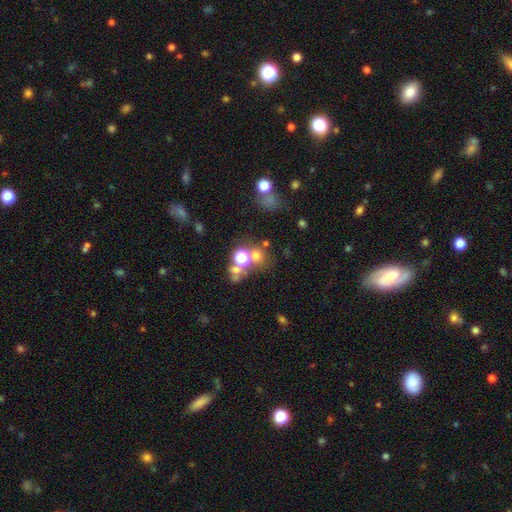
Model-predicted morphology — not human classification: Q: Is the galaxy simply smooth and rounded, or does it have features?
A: smooth — 59%.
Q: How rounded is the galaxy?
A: round — 84%.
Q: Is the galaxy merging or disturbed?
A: none — 59%.